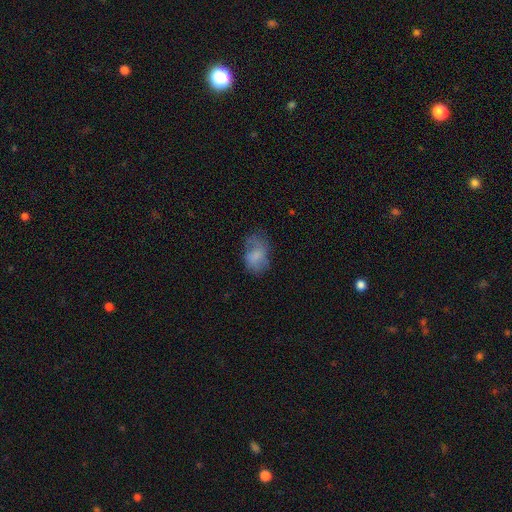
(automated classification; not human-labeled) smooth-or-featured: smooth: 68% | featured or disk: 23% | star or artifact: 9%
  how-rounded: in between: 83% | round: 16% | cigar-shaped: 1%
  merging: none: 49% | minor disturbance: 30% | major disturbance: 20% | merger: 2%